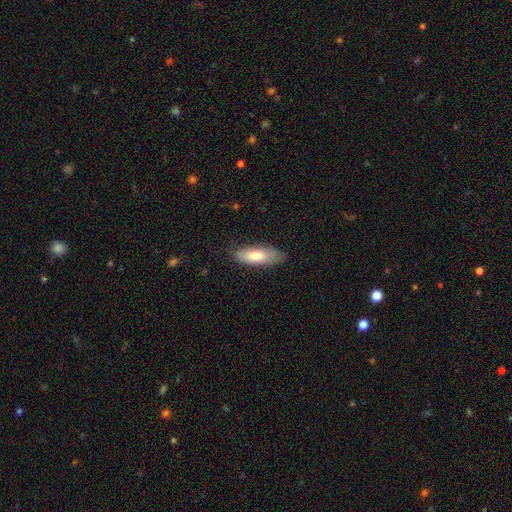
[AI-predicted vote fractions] A smooth galaxy with no disk features (76%) that is in between round and cigar-shaped (63%).

Vote fractions:
- Smooth or featured? smooth: 76% / featured or disk: 18% / star or artifact: 6%
- How rounded? in between: 63% / cigar-shaped: 35% / round: 2%
- Merging? none: 79% / minor disturbance: 16% / major disturbance: 3% / merger: 1%